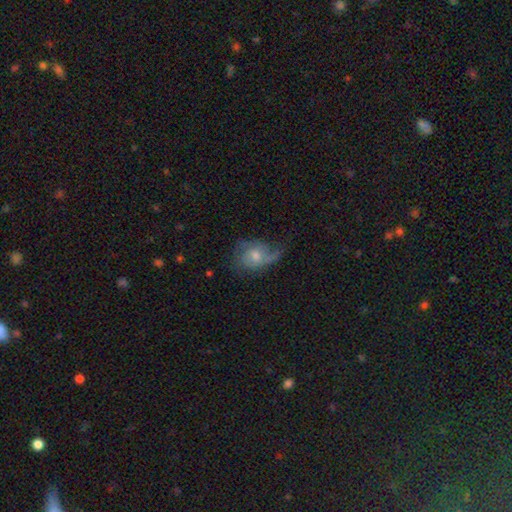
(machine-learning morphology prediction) This appears to be a featured or disk galaxy (59%) with no bar (73%), spiral arms (82%) and a moderate central bulge (53%). Merging: none (45%).